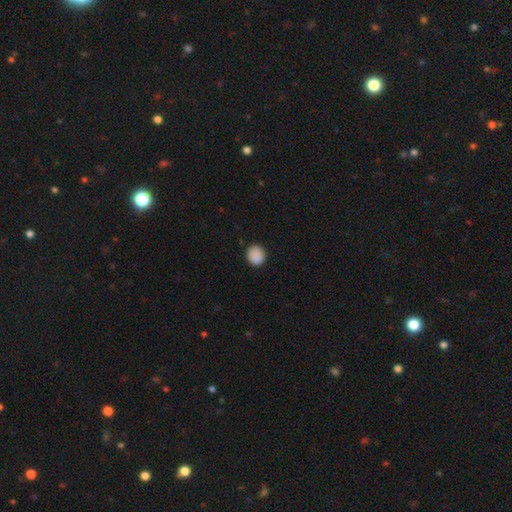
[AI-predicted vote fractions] Smooth or featured? smooth (88%)
How rounded? round (82%)
Merging? none (85%)